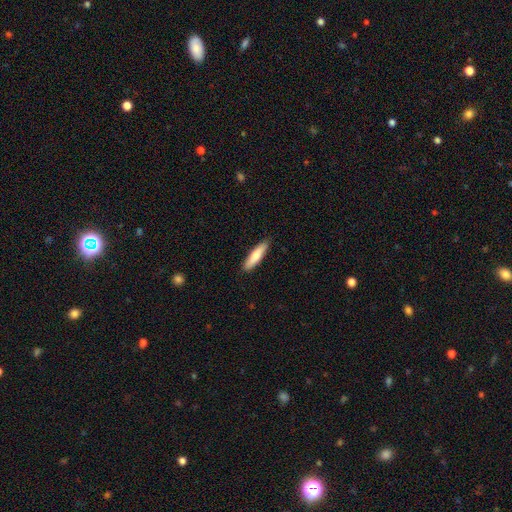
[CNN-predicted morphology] This is likely a smooth galaxy (77%). How rounded: likely cigar-shaped (77%). Merging: clearly none (89%).